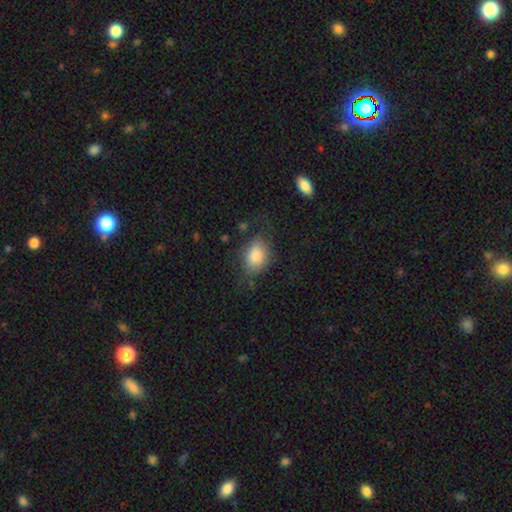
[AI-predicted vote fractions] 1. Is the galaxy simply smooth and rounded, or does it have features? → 82% smooth, 10% featured or disk, 8% star or artifact.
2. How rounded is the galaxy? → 74% in between, 24% round, 1% cigar-shaped.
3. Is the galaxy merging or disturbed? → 60% none, 25% minor disturbance, 13% major disturbance, 2% merger.